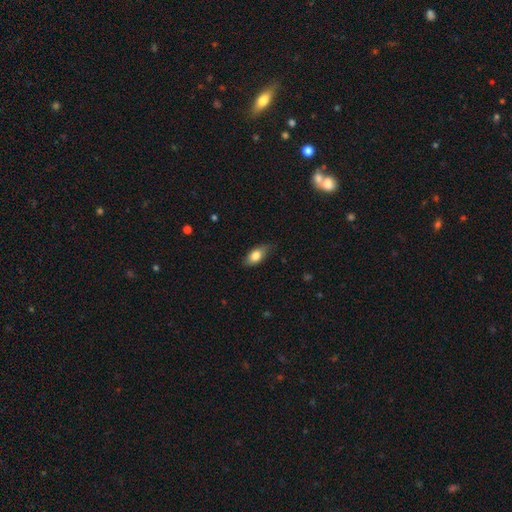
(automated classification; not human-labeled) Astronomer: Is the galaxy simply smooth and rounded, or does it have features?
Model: smooth — 79%.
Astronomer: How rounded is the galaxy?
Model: in between — 87%.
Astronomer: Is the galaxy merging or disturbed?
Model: none — 73%.